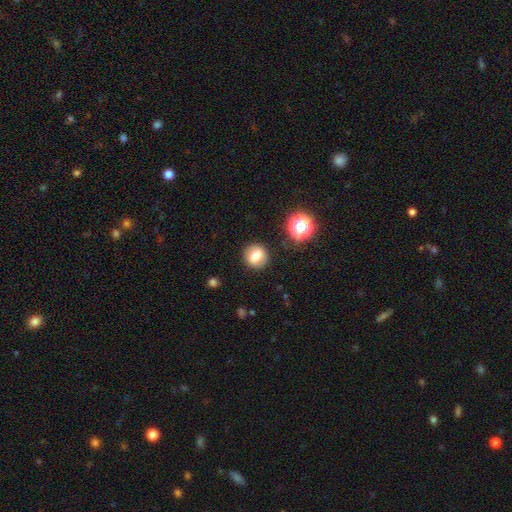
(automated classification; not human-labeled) Morphology: type=smooth (74%); roundness=round (85%); merging=none (87%).